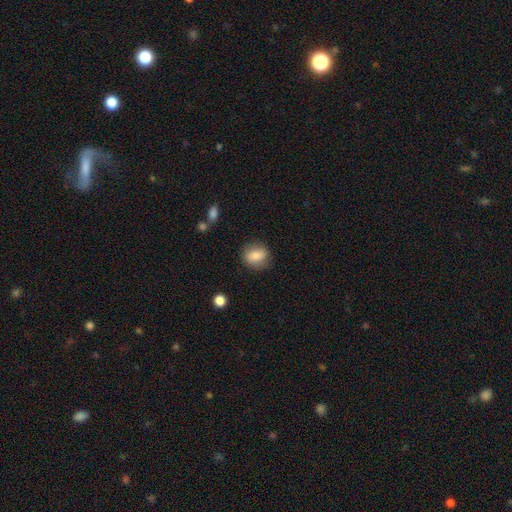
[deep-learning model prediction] smooth-or-featured: smooth: 82% | featured or disk: 10% | star or artifact: 8%
  how-rounded: in between: 49% (tied) | round: 49% (tied) | cigar-shaped: 2%
  merging: none: 80% | minor disturbance: 14% | major disturbance: 4% | merger: 2%